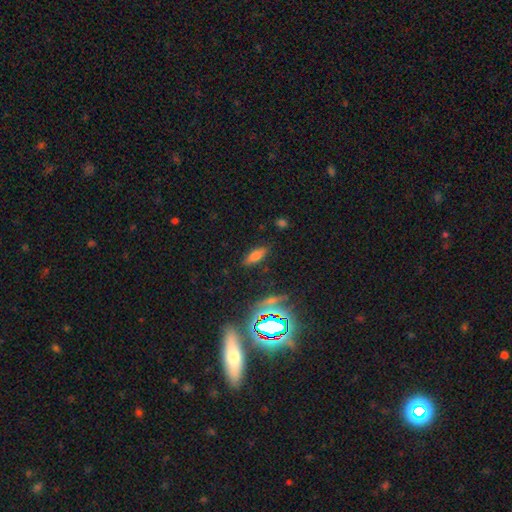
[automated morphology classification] This appears to be a smooth galaxy with no disk features (64%) that is in between round and cigar-shaped (70%). Merging: none (83%).